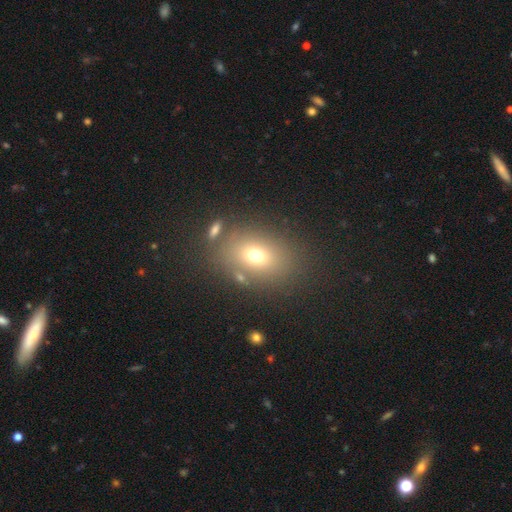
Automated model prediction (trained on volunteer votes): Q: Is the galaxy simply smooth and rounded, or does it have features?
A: smooth — 69%.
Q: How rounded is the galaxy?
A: in between — 63%.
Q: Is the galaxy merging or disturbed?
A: none — 74%.